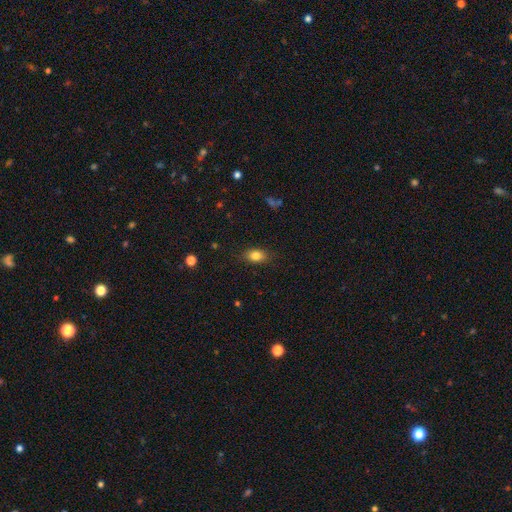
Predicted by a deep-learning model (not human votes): The model was most divided on "how rounded": in between: 82%, round: 15%, cigar-shaped: 3%. More confident: merging — none (85%); smooth or featured — smooth (83%).